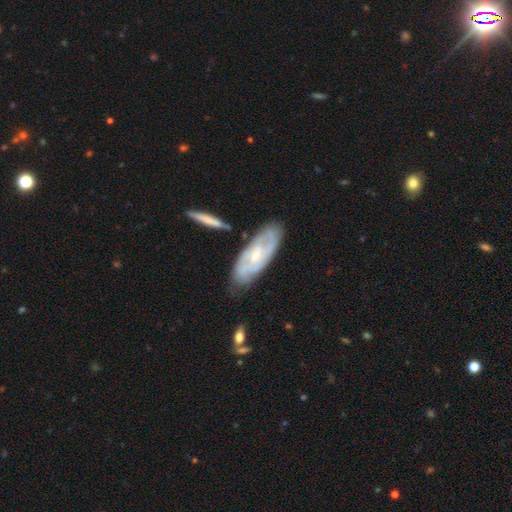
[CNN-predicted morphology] Smooth or featured?
  - featured or disk: 69% *
  - smooth: 25%
  - star or artifact: 6%
Edge-on disk?
  - no: 87% *
  - yes: 13%
Bar?
  - no: 61% *
  - weak: 32%
  - strong: 6%
Spiral arms?
  - yes: 83% *
  - no: 17%
Spiral winding?
  - tight: 55% *
  - medium: 34%
  - loose: 11%
Spiral arm count?
  - can't tell: 44% *
  - 2: 38%
  - 3: 9%
  - 4: 3%
  - 1: 3%
  - more than 4: 2%
Bulge size?
  - small: 63% *
  - moderate: 32%
  - none: 3%
  - large: 1%
  - dominant: 1%
Merging?
  - none: 72% *
  - minor disturbance: 18%
  - merger: 5%
  - major disturbance: 4%